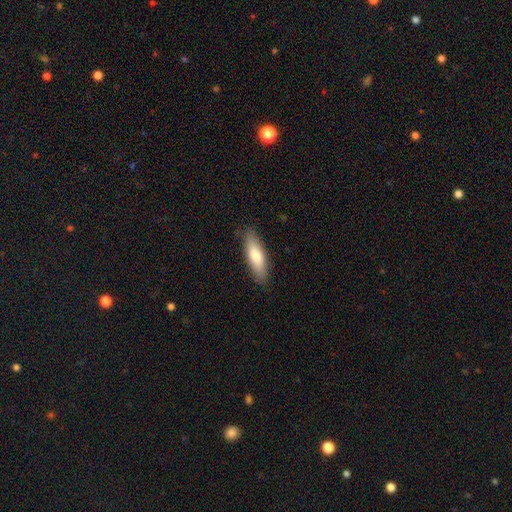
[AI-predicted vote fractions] This is likely a smooth galaxy (78%). How rounded: possibly cigar-shaped (51%). Merging: clearly none (86%).